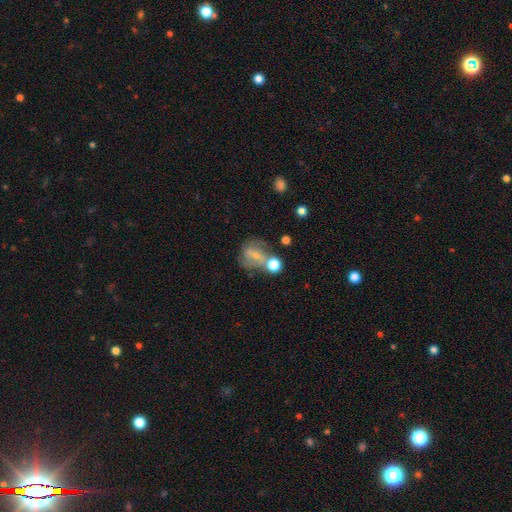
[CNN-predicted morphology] A featured or disk galaxy (44%, tied with smooth). Merging: none (41%).